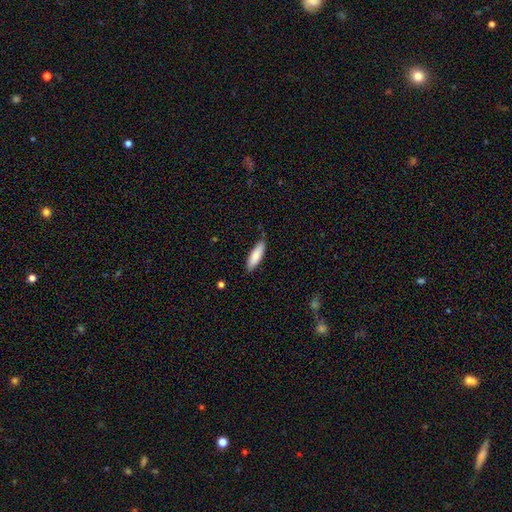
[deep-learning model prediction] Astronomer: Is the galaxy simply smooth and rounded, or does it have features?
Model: smooth — 85%.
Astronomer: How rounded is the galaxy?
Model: cigar-shaped — 51% (runner-up: in between, 48%).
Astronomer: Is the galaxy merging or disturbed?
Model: none — 82%.